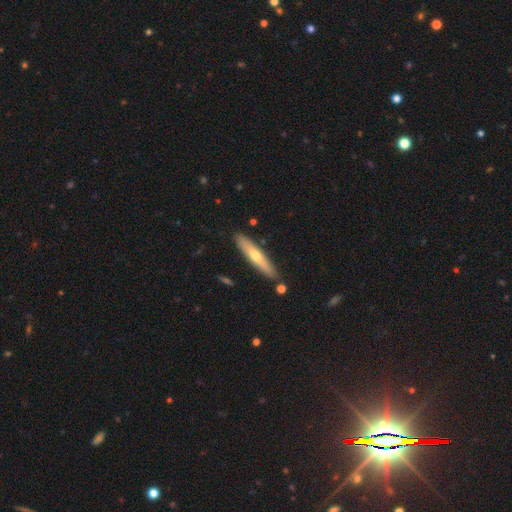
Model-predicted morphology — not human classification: smooth_or_featured: smooth (p=0.50) [alt: featured or disk p=0.44]
how_rounded: cigar-shaped (p=0.88) [alt: in between p=0.11]
merging: none (p=0.87) [alt: minor disturbance p=0.09]